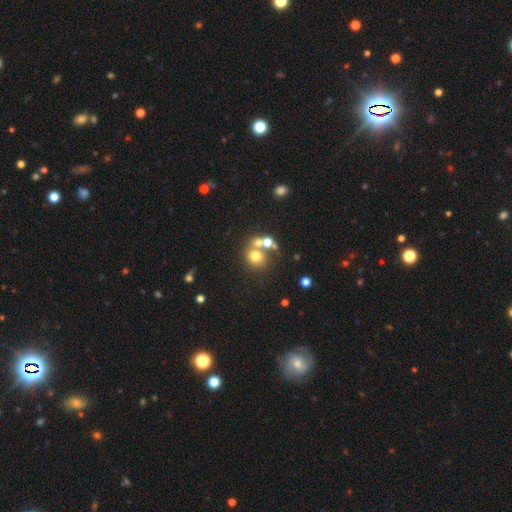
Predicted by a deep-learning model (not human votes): smooth-or-featured: smooth: 64% | star or artifact: 19% | featured or disk: 17%
  how-rounded: round: 76% | in between: 23% | cigar-shaped: 1%
  merging: none: 46% | merger: 41% | minor disturbance: 8% | major disturbance: 5%